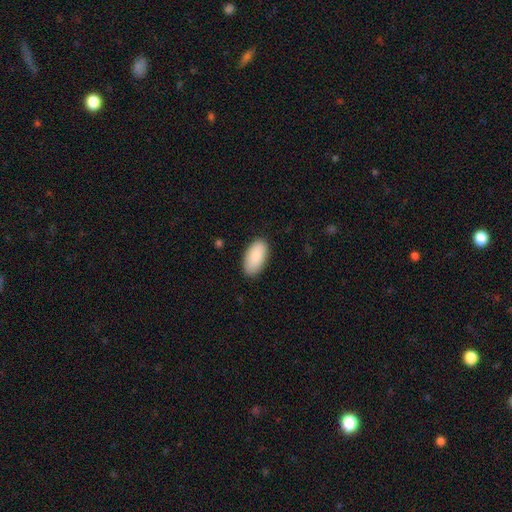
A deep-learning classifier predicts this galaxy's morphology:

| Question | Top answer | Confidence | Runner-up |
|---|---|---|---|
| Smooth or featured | smooth | 88% | featured or disk (6%) |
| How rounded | in between | 95% | cigar-shaped (3%) |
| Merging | none | 86% | minor disturbance (10%) |